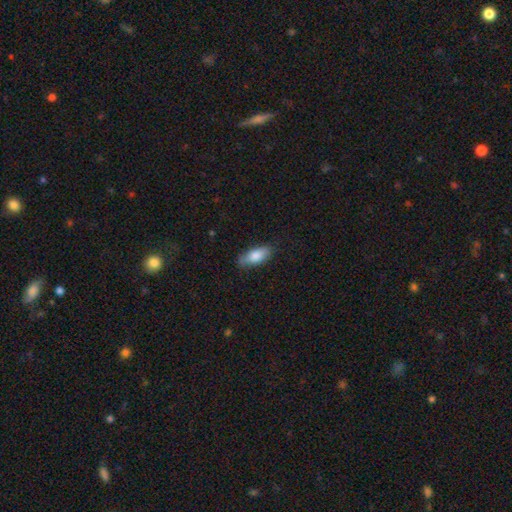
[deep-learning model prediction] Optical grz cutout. It shows a smooth galaxy with no disk features (80%) that is in between round and cigar-shaped (80%). Merging: none (79%).